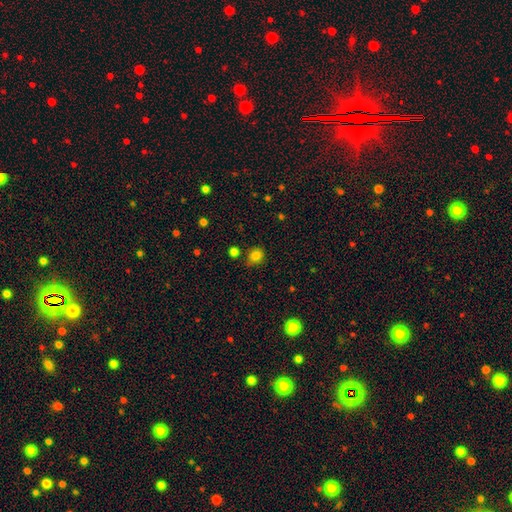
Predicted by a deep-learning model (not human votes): Smooth or featured: smooth — 81% (star or artifact — 13%)
How rounded: round — 74% (in between — 25%)
Merging: none — 75% (minor disturbance — 17%)